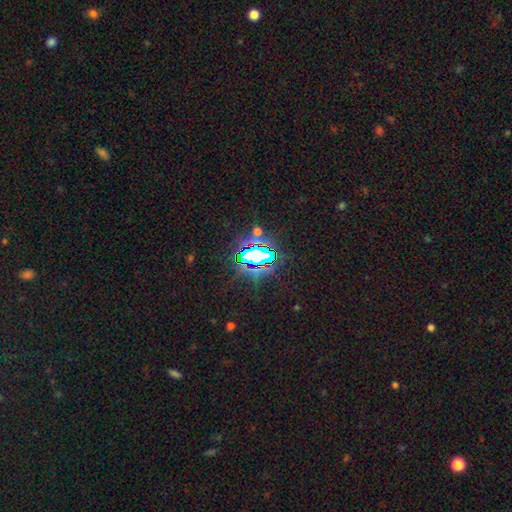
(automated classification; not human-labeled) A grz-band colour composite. It shows a star or artifact, not a galaxy (74%).